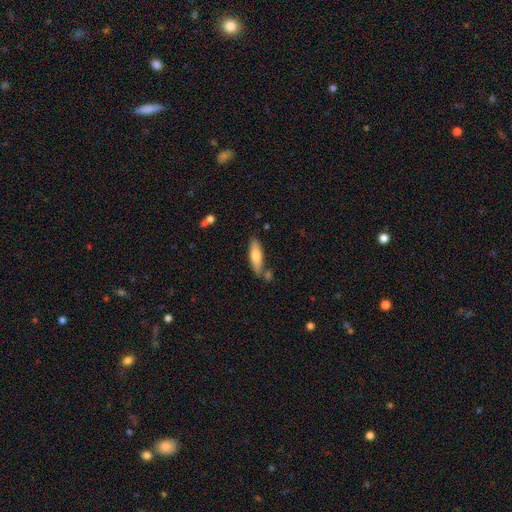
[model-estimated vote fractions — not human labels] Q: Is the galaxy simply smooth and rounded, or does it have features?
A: smooth — 70%.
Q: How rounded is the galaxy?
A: cigar-shaped — 55%.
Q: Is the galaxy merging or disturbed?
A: none — 72%.